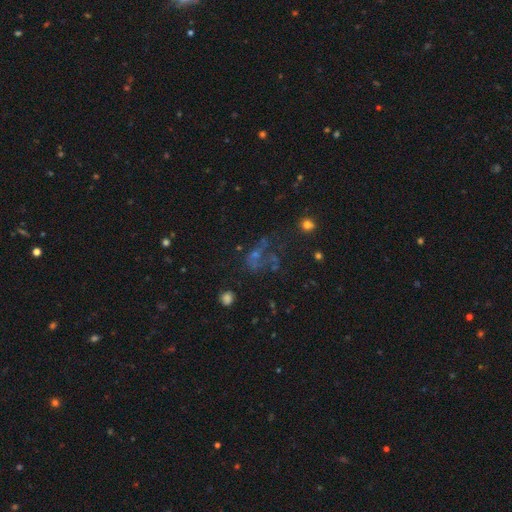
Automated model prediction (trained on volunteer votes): A featured or disk galaxy (35%). Merging: major disturbance (36%).